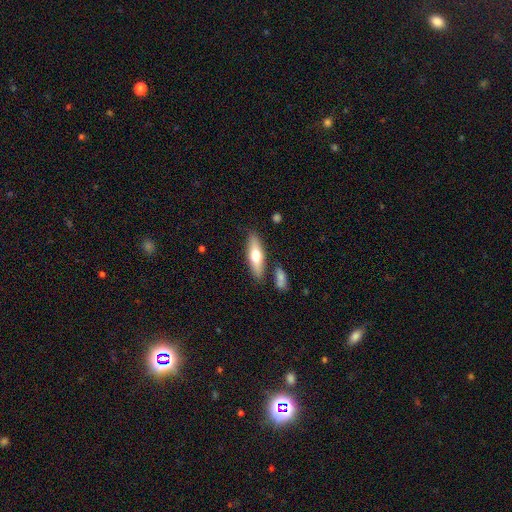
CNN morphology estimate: This is possibly a smooth galaxy (59%). How rounded: possibly cigar-shaped (54%). Merging: clearly none (81%).